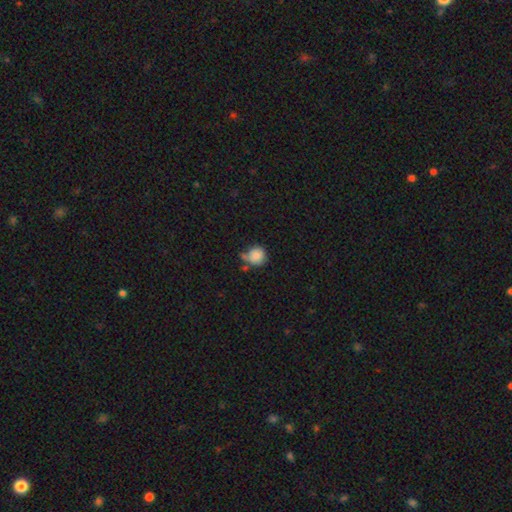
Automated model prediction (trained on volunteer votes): Smooth or featured? smooth (86%)
How rounded? round (91%)
Merging? none (57%)